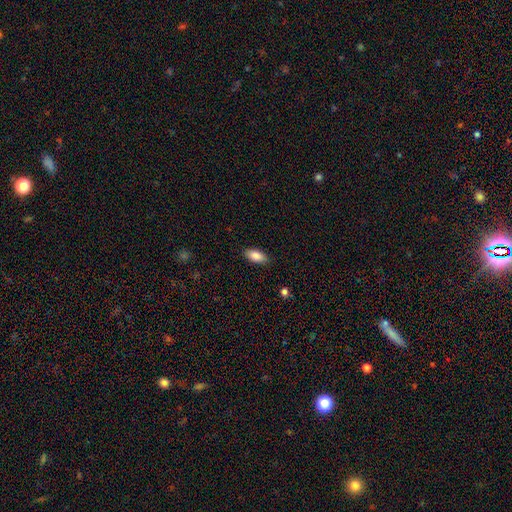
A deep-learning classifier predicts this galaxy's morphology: Overall: smooth (86%). How rounded: in between (87%). Merging: none (88%).